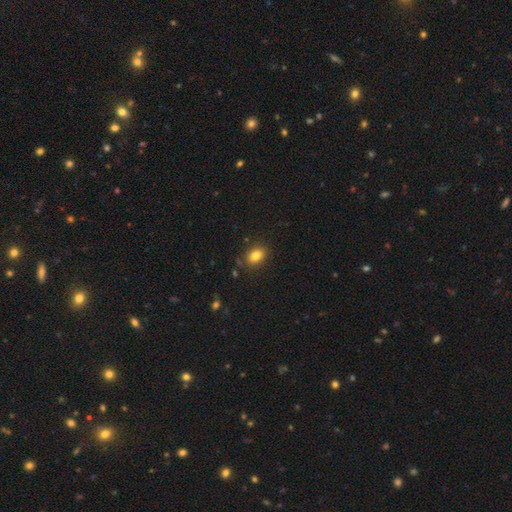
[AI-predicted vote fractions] Smooth or featured? Predicted: smooth (p=0.82). How rounded? Predicted: in between (p=0.74). Merging? Predicted: none (p=0.84).